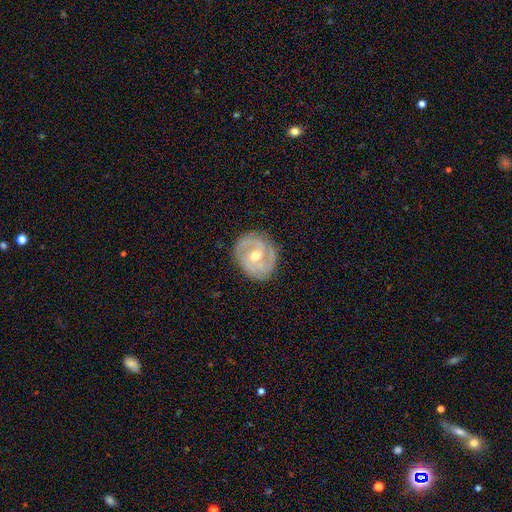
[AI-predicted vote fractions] Morphology: type=featured or disk (84%); edge-on=no (97%); bar=no (44%); spiral arms=yes (93%); winding=tight (52%); arm count=2 (51%); bulge=moderate (66%); merging=none (81%).